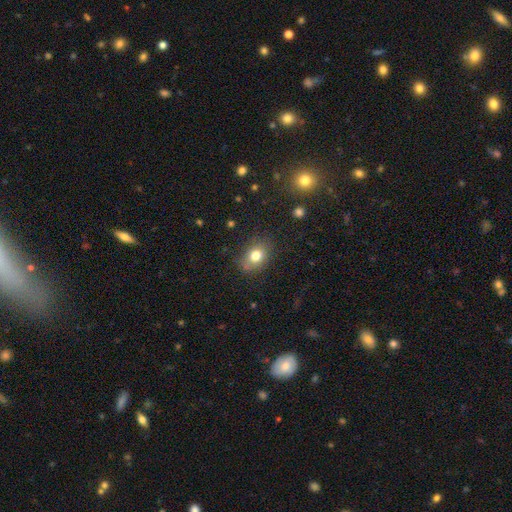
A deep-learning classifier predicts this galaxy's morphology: smooth 78%, featured or disk 11%, star or artifact 11%. Down the decision tree: how rounded — in between (64%); merging — none (80%).